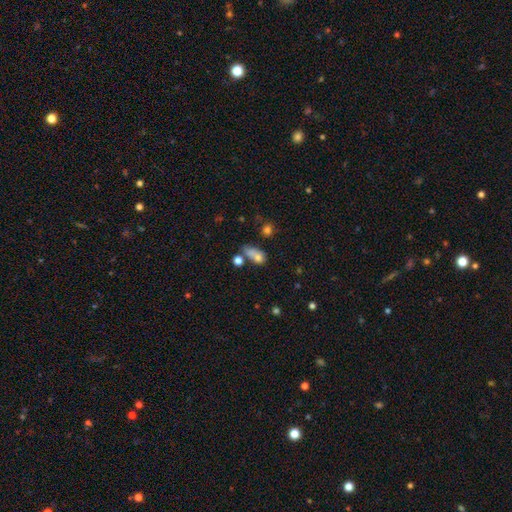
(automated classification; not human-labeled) Smooth or featured? smooth (71%)
How rounded? in between (69%)
Merging? none (33%)